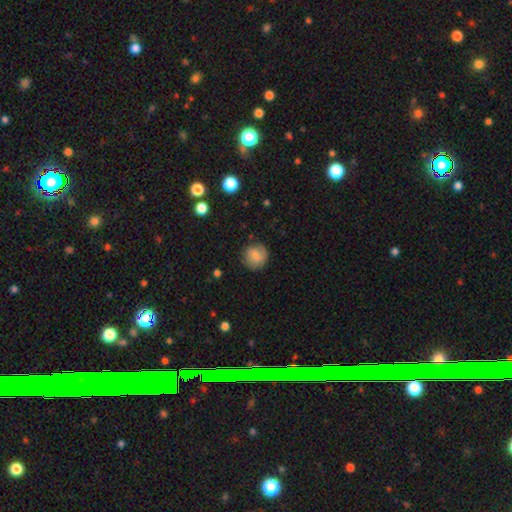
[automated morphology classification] This is clearly a smooth galaxy (81%). How rounded: clearly round (90%). Merging: clearly none (82%).